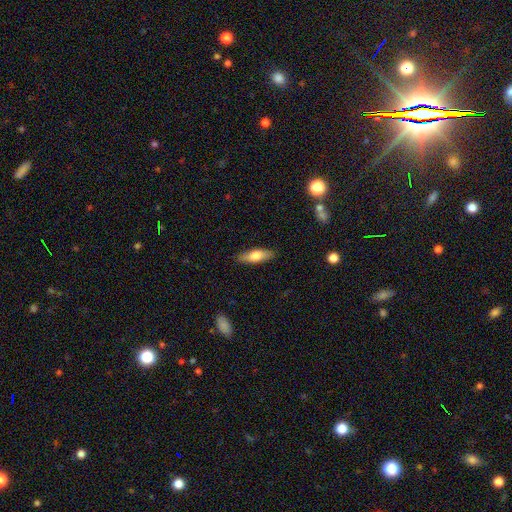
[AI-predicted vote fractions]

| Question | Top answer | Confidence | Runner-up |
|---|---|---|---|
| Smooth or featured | smooth | 70% | featured or disk (24%) |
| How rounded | in between | 55% | cigar-shaped (43%) |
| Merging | none | 87% | minor disturbance (10%) |